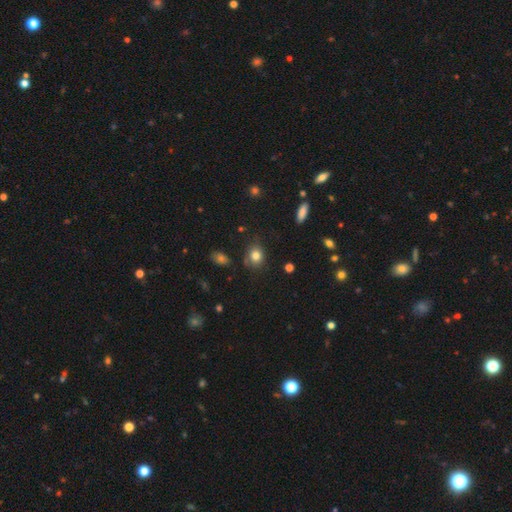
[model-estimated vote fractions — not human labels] This appears to be a smooth galaxy with no disk features (81%) that is round (62%). Merging: none (74%).